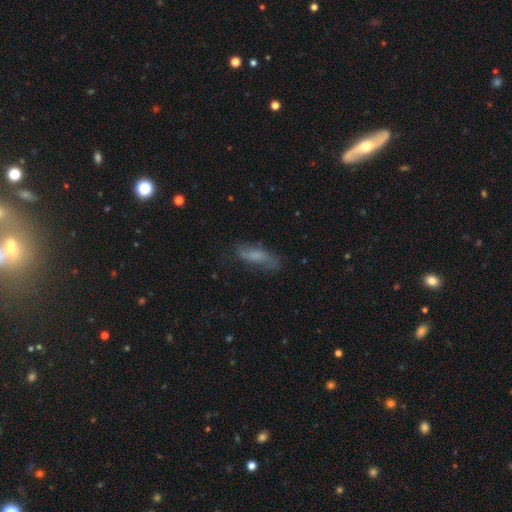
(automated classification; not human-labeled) Overall: smooth (54%; featured or disk 36%). How rounded: in between (56%; cigar-shaped 42%). Merging: none (64%; minor disturbance 24%).